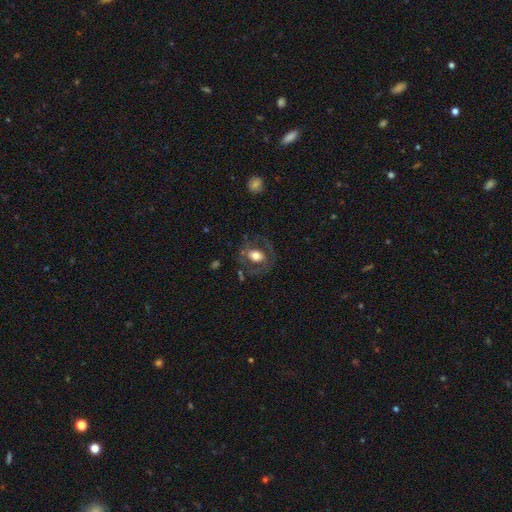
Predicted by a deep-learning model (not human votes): smooth-or-featured: smooth: 47% | featured or disk: 45% | star or artifact: 8%
  merging: none: 71% | minor disturbance: 15% | major disturbance: 12% | merger: 2%